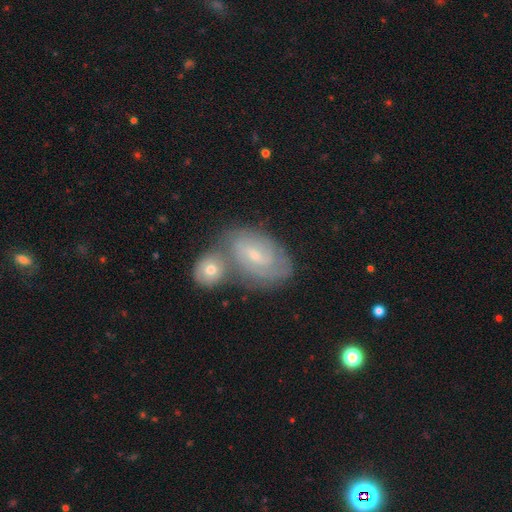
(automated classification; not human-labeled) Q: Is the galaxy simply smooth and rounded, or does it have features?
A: featured or disk — 69%.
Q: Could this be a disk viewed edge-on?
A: no — 95%.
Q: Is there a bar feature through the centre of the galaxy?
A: weak — 57%.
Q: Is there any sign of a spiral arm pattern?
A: yes — 86%.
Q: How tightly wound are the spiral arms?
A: tight — 58%.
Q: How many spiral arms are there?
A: can't tell — 45%.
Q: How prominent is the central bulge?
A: small — 59%.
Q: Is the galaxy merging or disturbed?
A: none — 45%.